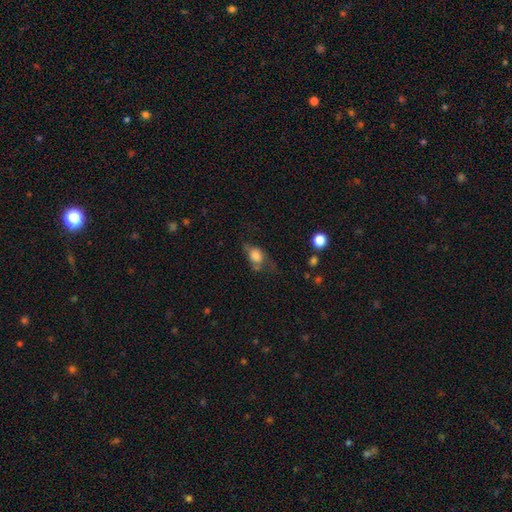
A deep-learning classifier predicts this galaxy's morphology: This appears to be a smooth galaxy with no disk features (66%) that is in between round and cigar-shaped (63%). Merging: none (38%).